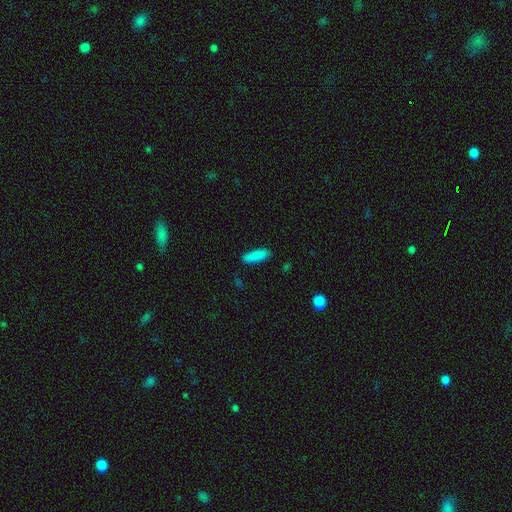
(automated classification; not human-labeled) This appears to be a smooth galaxy with no disk features (88%) that is cigar-shaped (52%). Merging: none (84%).